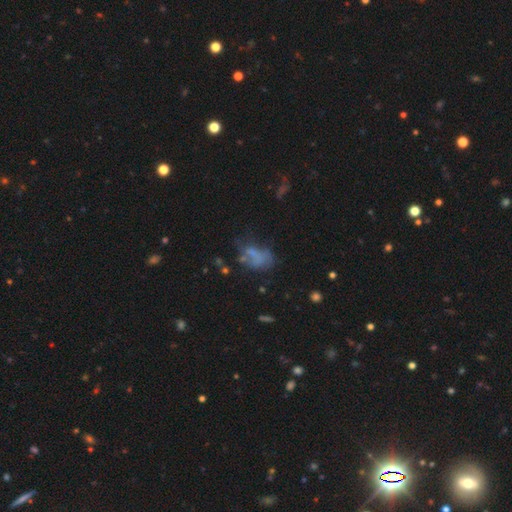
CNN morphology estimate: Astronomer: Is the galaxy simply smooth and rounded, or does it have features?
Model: smooth — 44% (runner-up: featured or disk, 36%).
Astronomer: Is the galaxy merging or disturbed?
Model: none — 36% (runner-up: major disturbance, 28%).